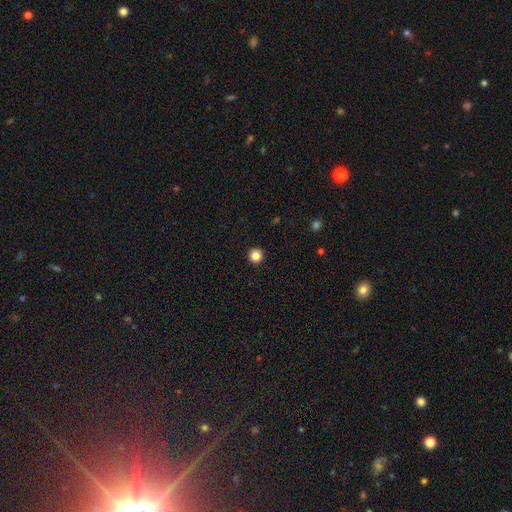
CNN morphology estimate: A smooth galaxy with no disk features (85%) that is round (96%).

Vote fractions:
- Smooth or featured? smooth: 85% / star or artifact: 11% / featured or disk: 4%
- How rounded? round: 96% / in between: 3% / cigar-shaped: 1%
- Merging? none: 94% / minor disturbance: 4% / major disturbance: 1% / merger: 1%